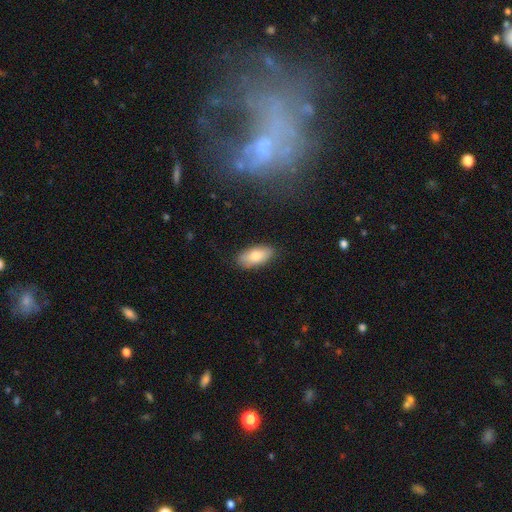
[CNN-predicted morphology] A smooth galaxy with no disk features (79%) that is in between round and cigar-shaped (91%). Merging: none (86%).